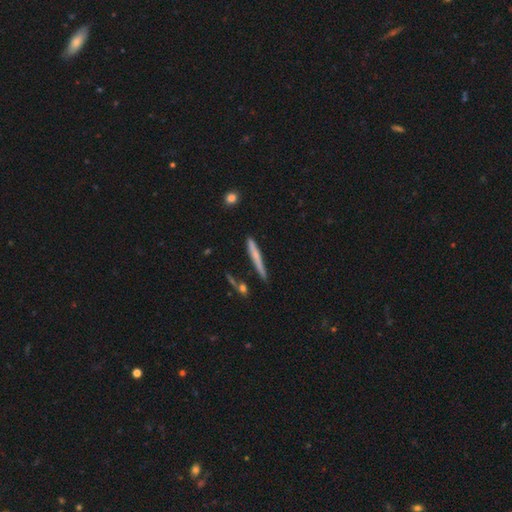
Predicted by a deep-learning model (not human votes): A smooth galaxy with no disk features (56%) that is cigar-shaped (95%).

Vote fractions:
- Smooth or featured? smooth: 56% / featured or disk: 37% / star or artifact: 7%
- How rounded? cigar-shaped: 95% / in between: 3% / round: 2%
- Merging? none: 81% / minor disturbance: 13% / merger: 4% / major disturbance: 3%